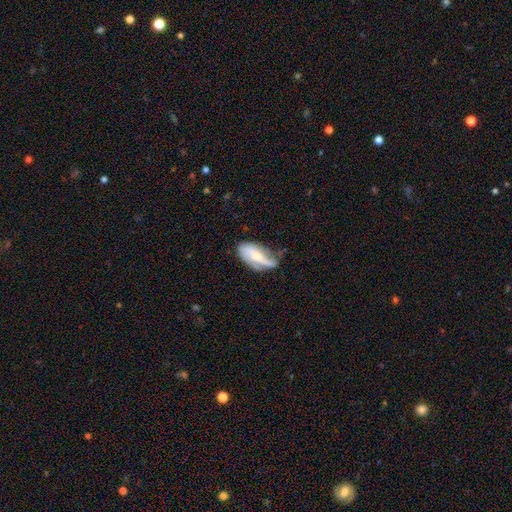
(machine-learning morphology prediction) This is possibly a featured or disk galaxy (51%). It is clearly not viewed edge-on (86%). Merging: marginally minor disturbance (37%).